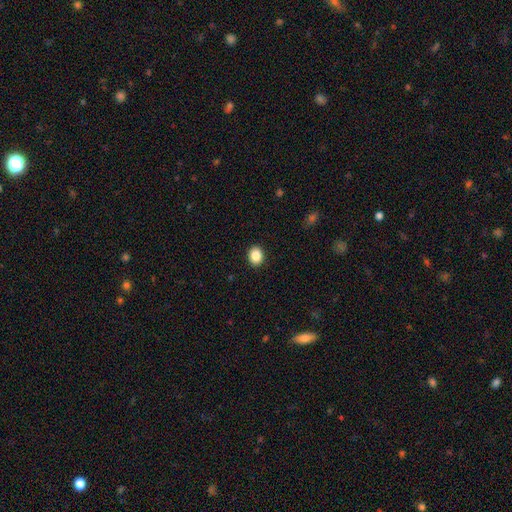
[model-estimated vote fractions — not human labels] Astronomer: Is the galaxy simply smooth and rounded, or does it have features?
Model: smooth — 87%.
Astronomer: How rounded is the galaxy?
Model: round — 54% (runner-up: in between, 45%).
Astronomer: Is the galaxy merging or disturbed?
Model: none — 91%.